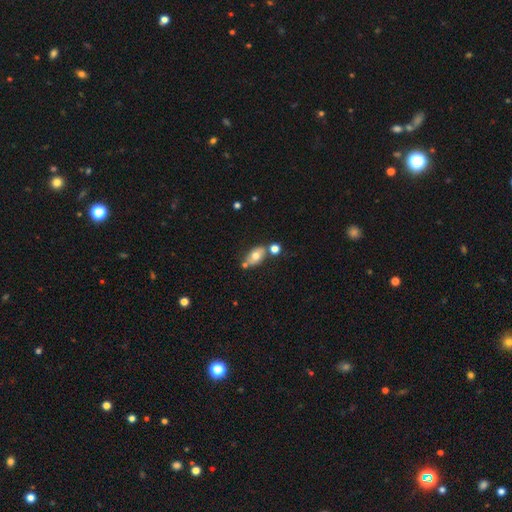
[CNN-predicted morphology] A smooth galaxy with no disk features (64%) that is in between round and cigar-shaped (85%). Merging: none (60%).